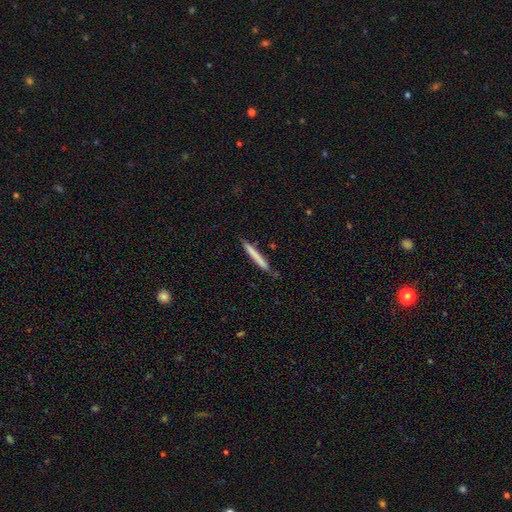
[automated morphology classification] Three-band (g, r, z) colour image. It shows a smooth galaxy with no disk features (71%) that is cigar-shaped (97%). Merging: none (83%).